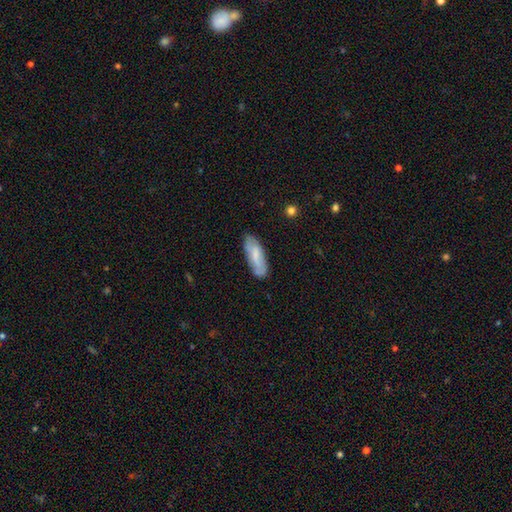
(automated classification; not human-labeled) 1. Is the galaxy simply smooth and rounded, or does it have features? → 63% smooth, 30% featured or disk, 7% star or artifact.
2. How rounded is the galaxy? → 66% in between, 32% cigar-shaped, 2% round.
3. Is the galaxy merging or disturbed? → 77% none, 17% minor disturbance, 4% major disturbance, 2% merger.